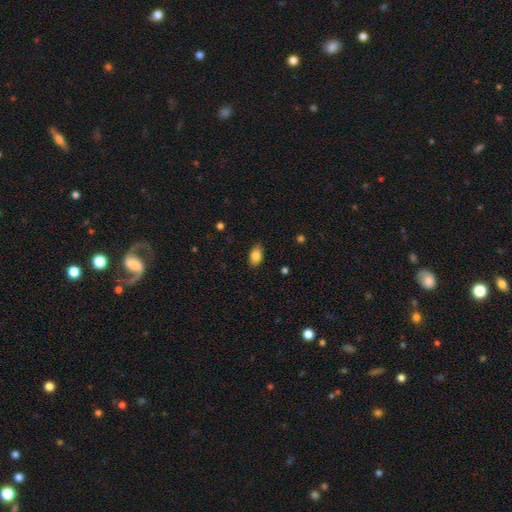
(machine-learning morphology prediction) The model was most divided on "merging": none: 86%, minor disturbance: 11%, major disturbance: 2%, merger: 1%. More confident: how rounded — in between (90%); smooth or featured — smooth (84%).